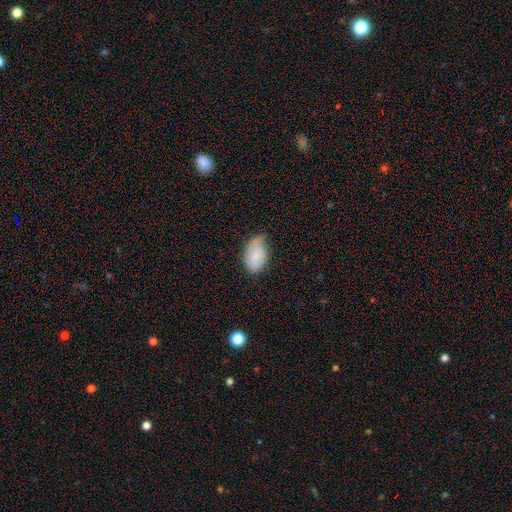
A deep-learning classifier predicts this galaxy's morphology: This appears to be a smooth galaxy with no disk features (73%) that is in between round and cigar-shaped (90%). Merging: minor disturbance (43%).